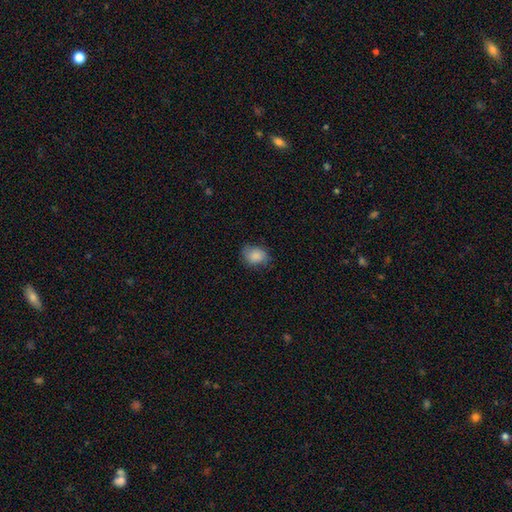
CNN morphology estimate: Overall: smooth (85%). How rounded: in between (57%; round 42%). Merging: none (72%).